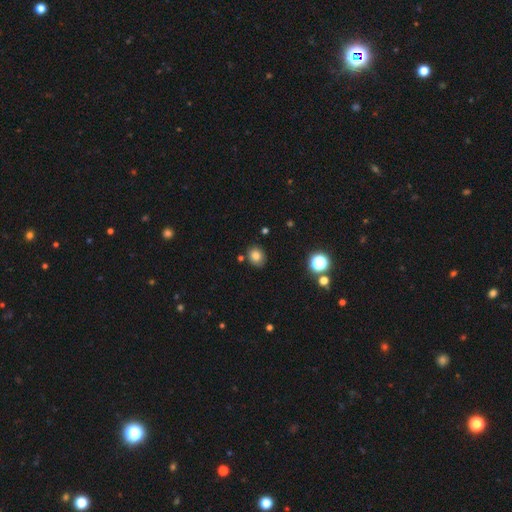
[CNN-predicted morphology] A smooth galaxy with no disk features (80%) that is round (59%). Merging: none (81%).